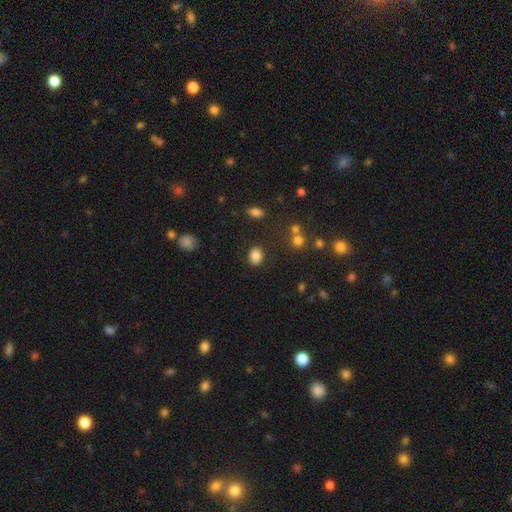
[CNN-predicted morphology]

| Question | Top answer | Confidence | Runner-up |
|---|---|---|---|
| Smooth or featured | smooth | 84% | star or artifact (10%) |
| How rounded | in between | 56% | round (43%) |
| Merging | none | 84% | minor disturbance (10%) |